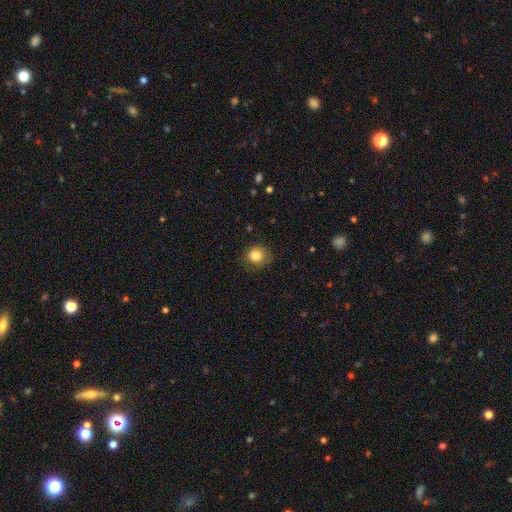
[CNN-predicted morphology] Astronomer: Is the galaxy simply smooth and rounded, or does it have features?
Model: smooth — 83%.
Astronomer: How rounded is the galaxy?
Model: round — 83%.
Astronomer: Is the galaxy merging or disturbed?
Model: none — 77%.